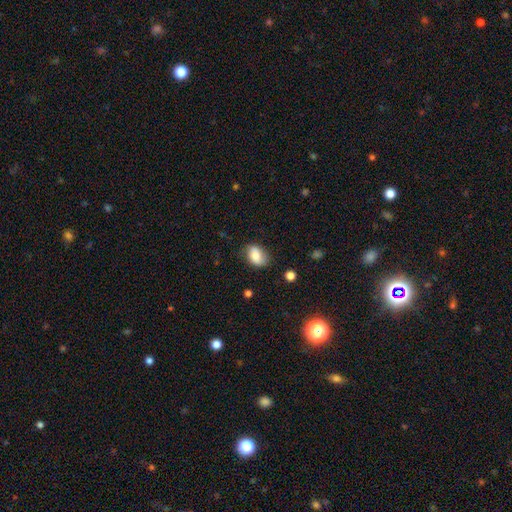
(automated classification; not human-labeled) A smooth galaxy with no disk features (77%) that is in between round and cigar-shaped (82%).

Vote fractions:
- Smooth or featured? smooth: 77% / featured or disk: 15% / star or artifact: 8%
- How rounded? in between: 82% / round: 16% / cigar-shaped: 1%
- Merging? none: 71% / minor disturbance: 22% / major disturbance: 5% / merger: 2%